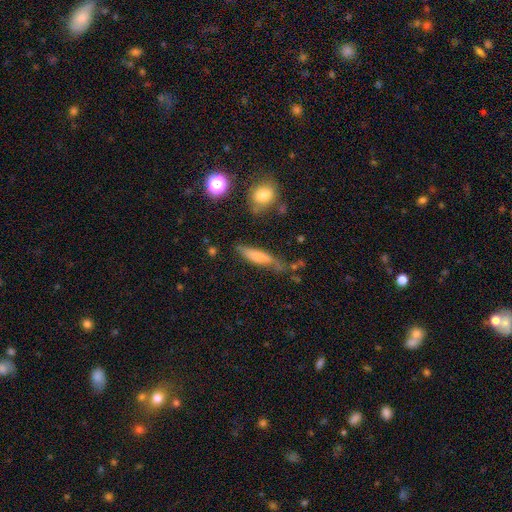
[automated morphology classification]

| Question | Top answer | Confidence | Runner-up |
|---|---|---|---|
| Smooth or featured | smooth | 65% | featured or disk (25%) |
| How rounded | cigar-shaped | 76% | in between (20%) |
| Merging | none | 61% | minor disturbance (25%) |